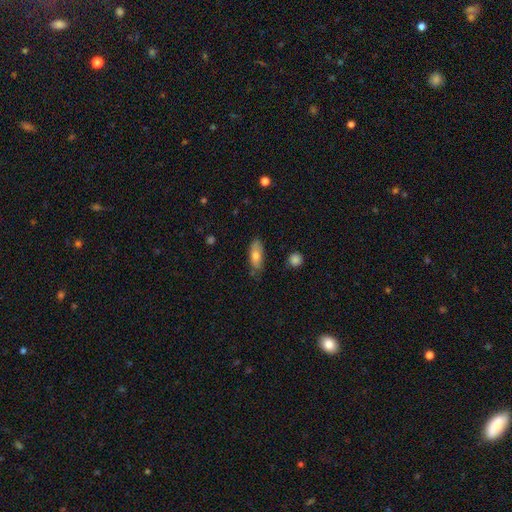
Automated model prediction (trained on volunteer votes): This is likely a smooth galaxy (72%). How rounded: likely in between (78%). Merging: likely none (72%).